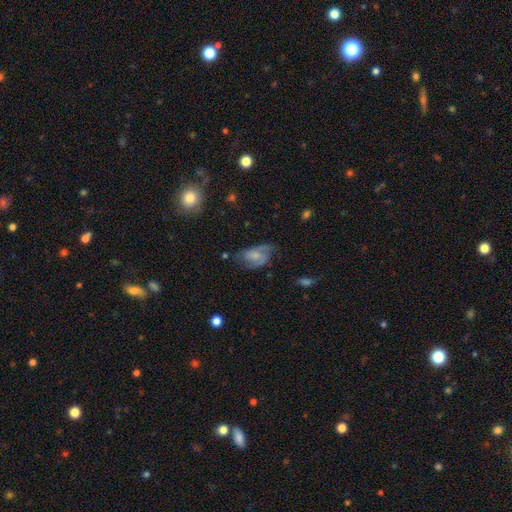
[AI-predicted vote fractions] A featured or disk galaxy (47%).

Vote fractions:
- Smooth or featured? featured or disk: 47% / smooth: 45% / star or artifact: 8%
- Merging? none: 49% / minor disturbance: 31% / major disturbance: 18% / merger: 2%